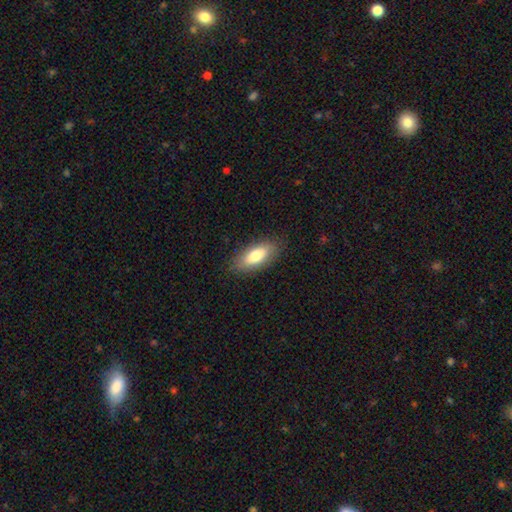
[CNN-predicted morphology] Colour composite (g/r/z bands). It shows a smooth galaxy with no disk features (76%) that is in between round and cigar-shaped (85%). Merging: none (85%).